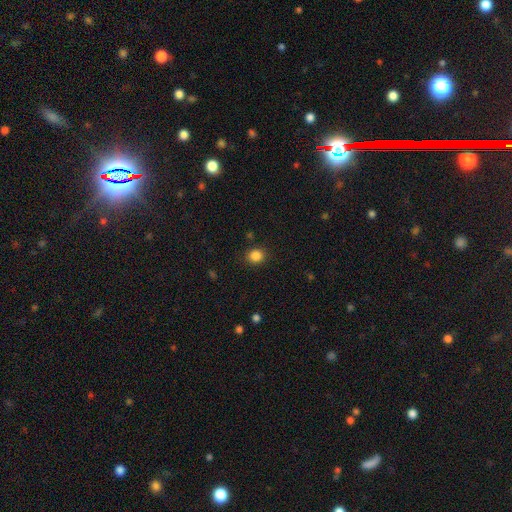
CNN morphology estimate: This appears to be a smooth galaxy with no disk features (85%) that is round (80%). Merging: none (89%).